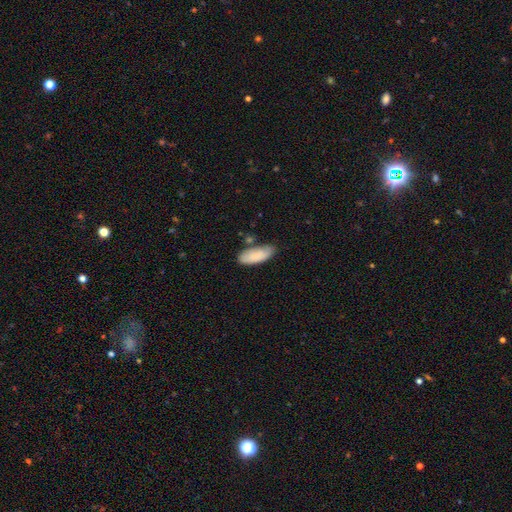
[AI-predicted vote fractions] Overall: smooth (86%). How rounded: in between (75%). Merging: none (69%).